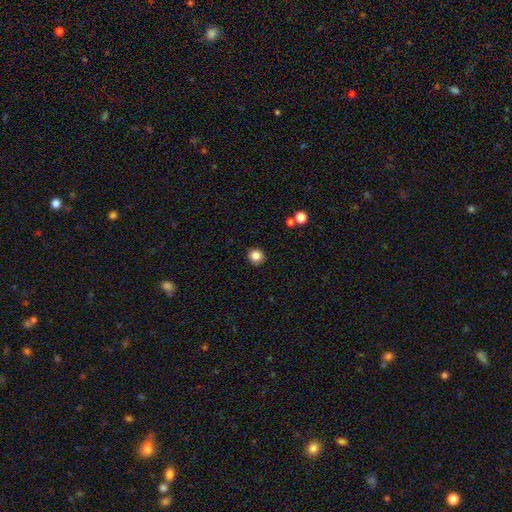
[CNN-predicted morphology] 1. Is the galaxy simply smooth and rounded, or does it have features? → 85% smooth, 11% star or artifact, 4% featured or disk.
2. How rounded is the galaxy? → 94% round, 5% in between, 1% cigar-shaped.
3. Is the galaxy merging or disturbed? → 92% none, 5% minor disturbance, 2% major disturbance, 1% merger.